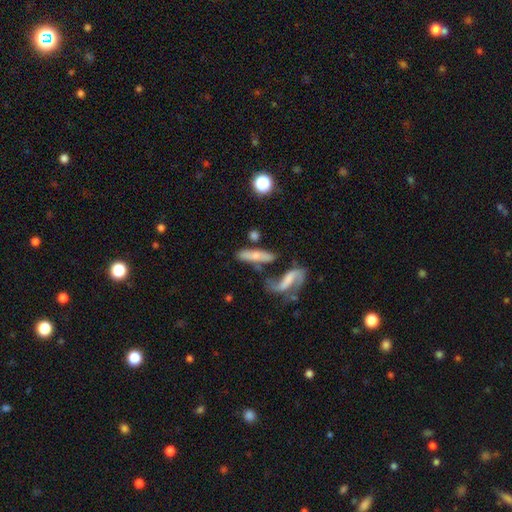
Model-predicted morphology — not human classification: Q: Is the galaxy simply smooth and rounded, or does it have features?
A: smooth — 46%, tied with featured or disk.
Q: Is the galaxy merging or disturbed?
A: none — 53%.